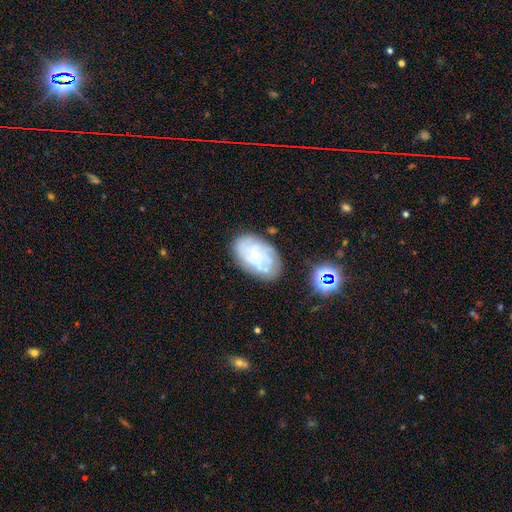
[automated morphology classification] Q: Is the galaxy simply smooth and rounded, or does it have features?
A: featured or disk — 61%.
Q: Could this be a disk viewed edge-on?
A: no — 96%.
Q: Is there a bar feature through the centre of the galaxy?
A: no — 77%.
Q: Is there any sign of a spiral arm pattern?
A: yes — 80%.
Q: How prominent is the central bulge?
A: small — 71%.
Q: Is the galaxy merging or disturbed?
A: none — 72%.